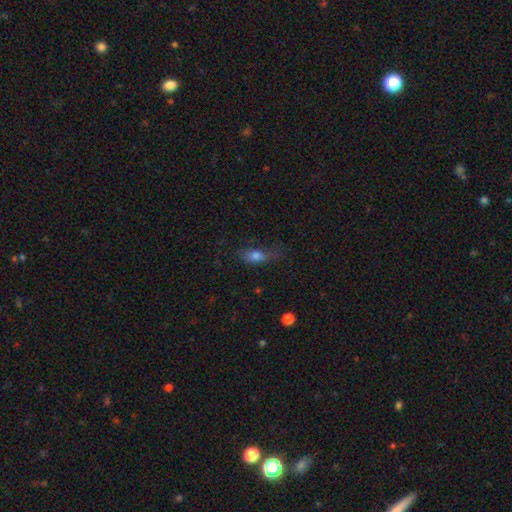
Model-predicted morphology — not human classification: Overall: smooth (73%). How rounded: in between (75%). Merging: none (39%; minor disturbance 30%).